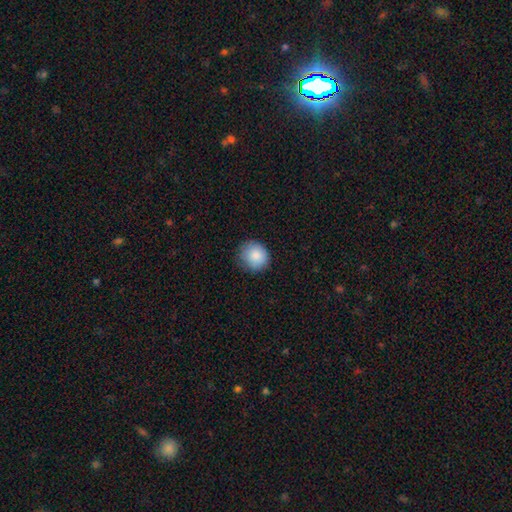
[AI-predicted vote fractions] Smooth or featured? Predicted: smooth (p=0.87). How rounded? Predicted: round (p=0.83). Merging? Predicted: none (p=0.82).